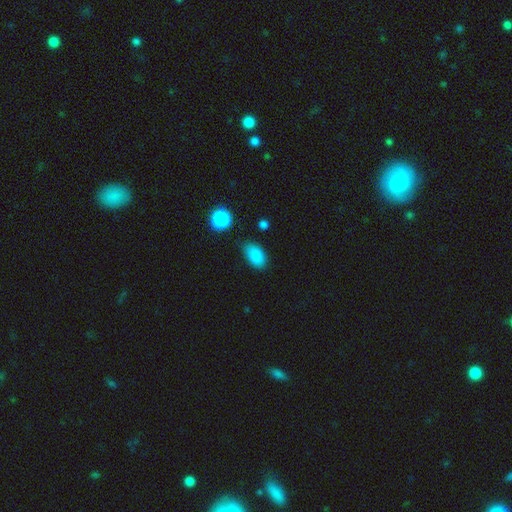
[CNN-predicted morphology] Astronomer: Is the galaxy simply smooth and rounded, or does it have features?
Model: smooth — 85%.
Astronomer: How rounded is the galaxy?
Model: in between — 90%.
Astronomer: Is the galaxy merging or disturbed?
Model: none — 72%.